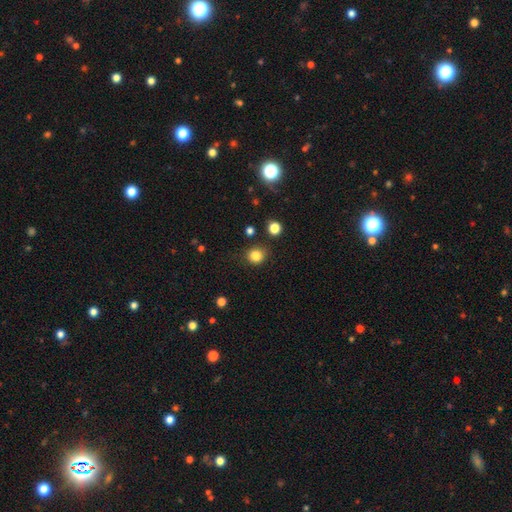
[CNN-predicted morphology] smooth 83%, star or artifact 12%, featured or disk 5%. Down the decision tree: how rounded — round (82%); merging — none (82%).